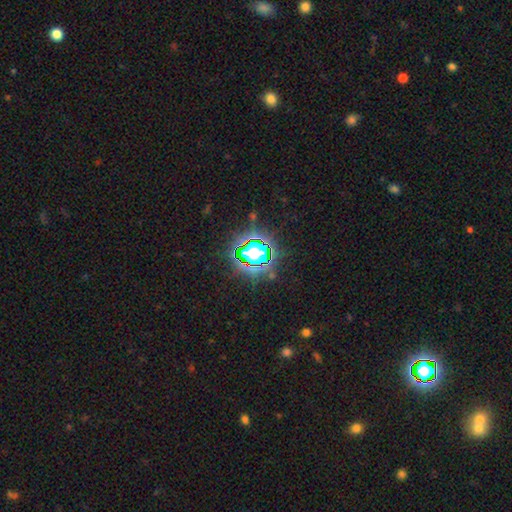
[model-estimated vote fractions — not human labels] Smooth or featured?
  - star or artifact: 73% *
  - smooth: 17%
  - featured or disk: 11%